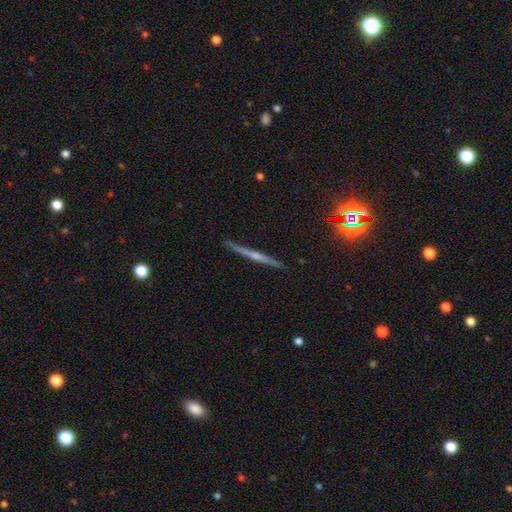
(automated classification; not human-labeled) This appears to be a featured or disk galaxy (66%) viewed edge-on (98%) with a rounded central bulge (51%). Merging: none (90%).